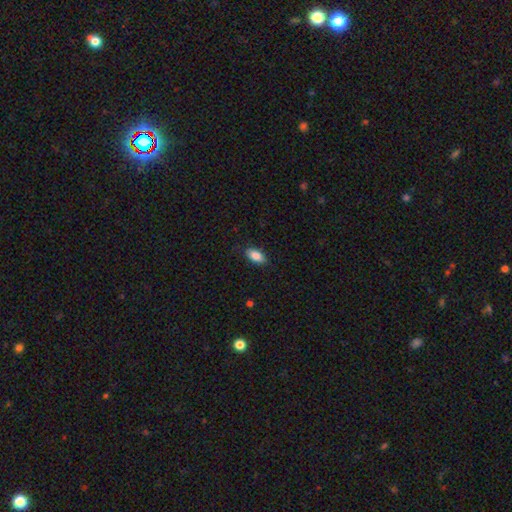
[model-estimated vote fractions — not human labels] Smooth or featured? Predicted: smooth (p=0.85). How rounded? Predicted: in between (p=0.91). Merging? Predicted: none (p=0.85).